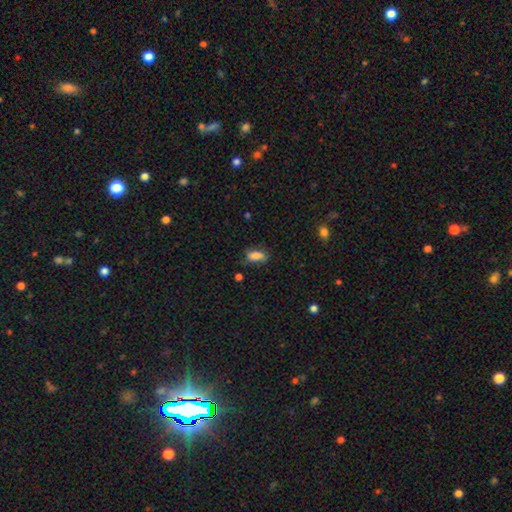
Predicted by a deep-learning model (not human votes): A smooth galaxy with no disk features (82%) that is in between round and cigar-shaped (81%). Merging: none (66%).